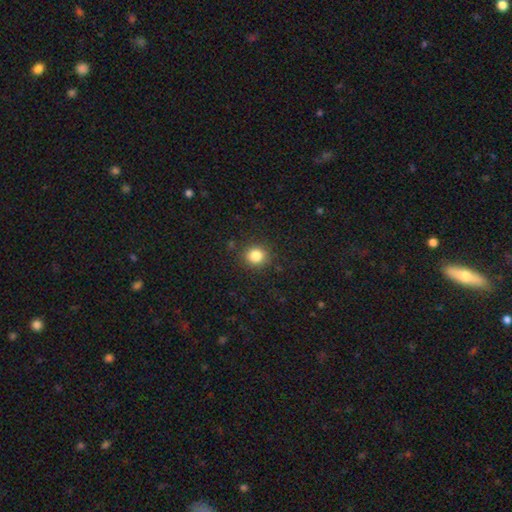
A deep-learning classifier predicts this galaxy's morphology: This is clearly a smooth galaxy (83%). How rounded: clearly round (88%). Merging: clearly none (89%).